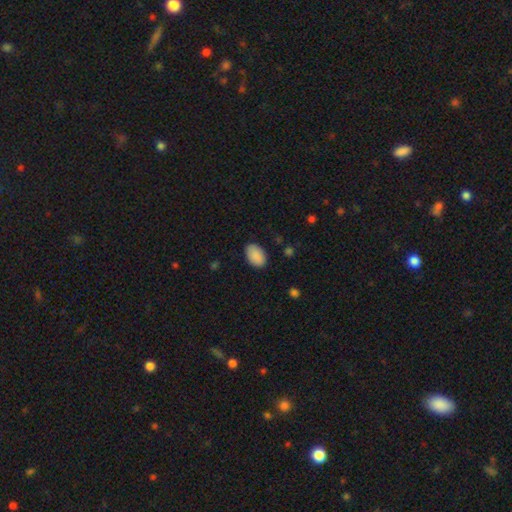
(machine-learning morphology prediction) smooth 90%, star or artifact 7%, featured or disk 3%. Down the decision tree: how rounded — in between (91%); merging — none (86%).